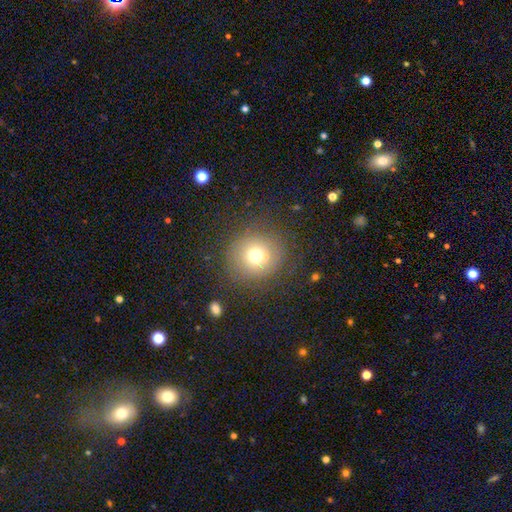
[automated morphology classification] The model was most divided on "smooth or featured": smooth: 70%, star or artifact: 15%, featured or disk: 15%. More confident: how rounded — round (90%); merging — none (81%).